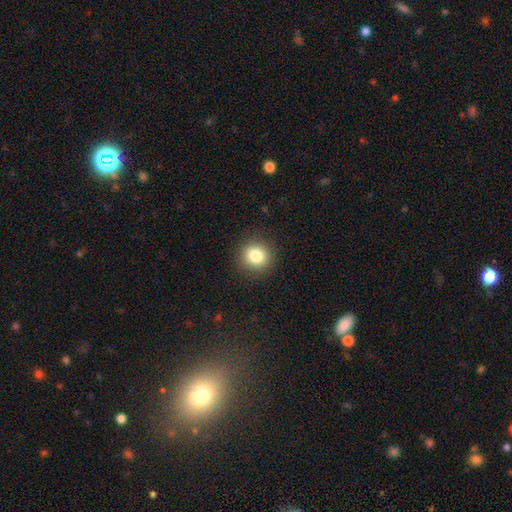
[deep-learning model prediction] Overall: smooth (83%). How rounded: round (92%). Merging: none (91%).